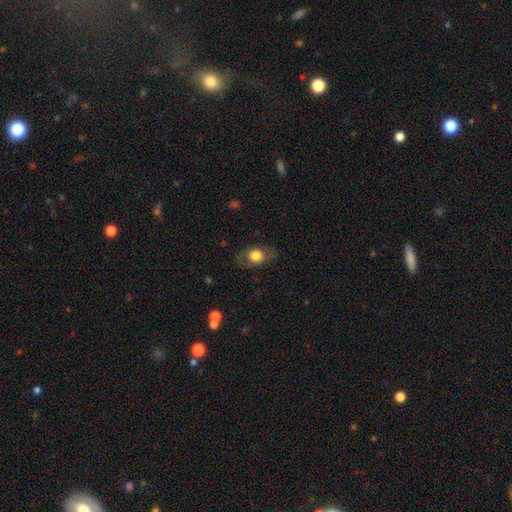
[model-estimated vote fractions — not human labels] The model was most divided on "smooth or featured": smooth: 64%, featured or disk: 29%, star or artifact: 7%. More confident: merging — none (78%); how rounded — in between (73%).